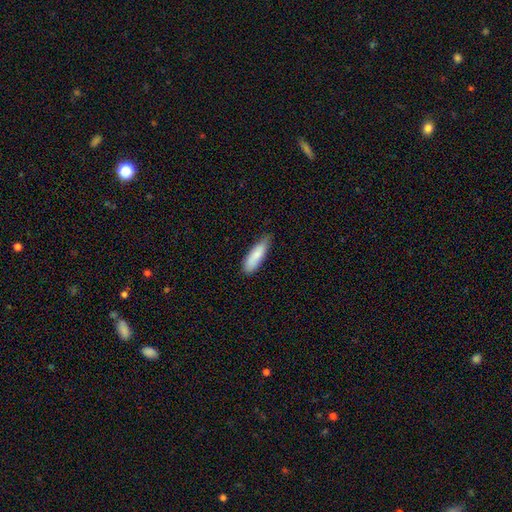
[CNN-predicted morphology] Smooth or featured: smooth — 83% (featured or disk — 11%)
How rounded: in between — 49% (tied with cigar-shaped — 49%)
Merging: none — 71% (minor disturbance — 24%)